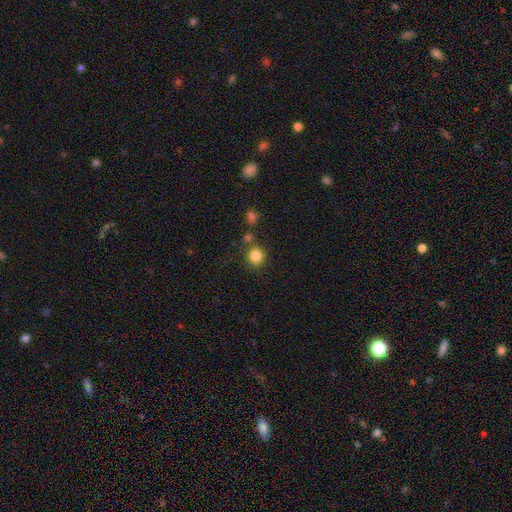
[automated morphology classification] Overall: smooth (84%). How rounded: round (90%). Merging: none (78%).